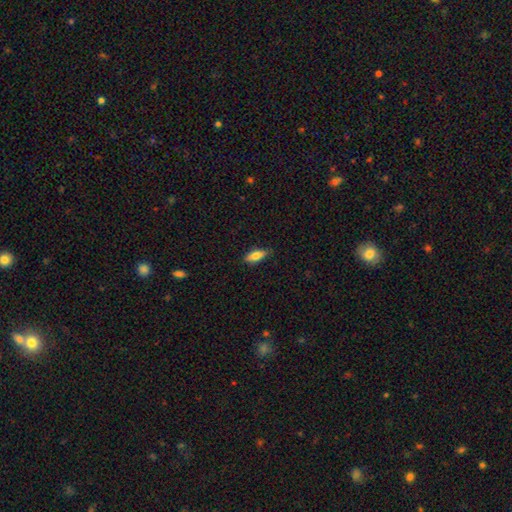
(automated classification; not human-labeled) smooth 76%, featured or disk 17%, star or artifact 7%. Down the decision tree: how rounded — in between (72%); merging — none (83%).